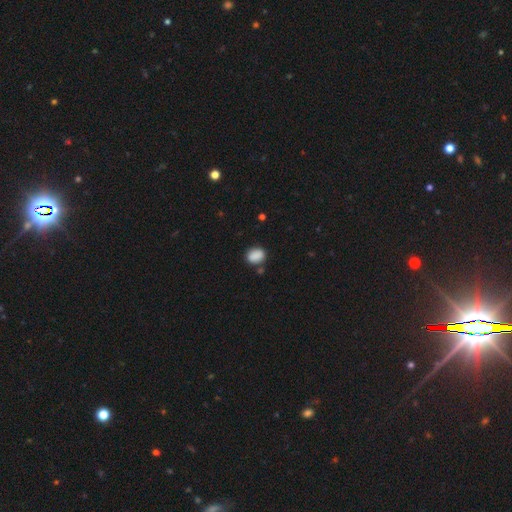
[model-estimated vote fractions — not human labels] Q: Smooth or featured?
A: smooth (87%); runner-up: star or artifact (9%)
Q: How rounded?
A: in between (59%); runner-up: round (40%)
Q: Merging?
A: none (76%); runner-up: minor disturbance (14%)